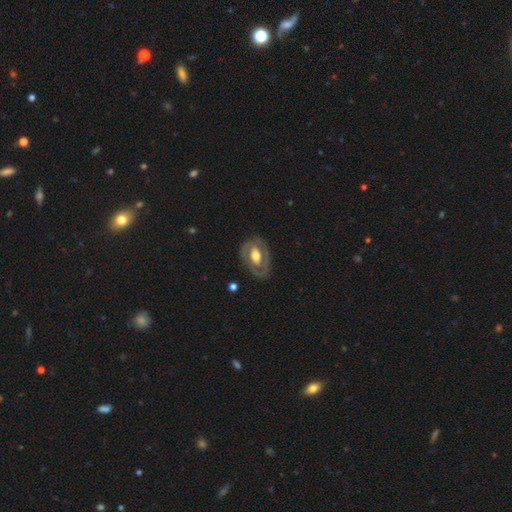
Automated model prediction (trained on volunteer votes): A featured or disk galaxy (69%) with no bar (55%), no spiral arms (56%) and a moderate central bulge (57%). Merging: none (74%).